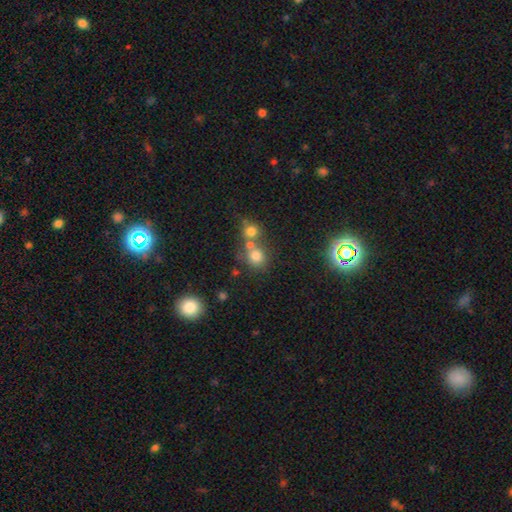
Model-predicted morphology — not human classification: smooth_or_featured: smooth (p=0.74) [alt: star or artifact p=0.15]
how_rounded: round (p=0.81) [alt: in between p=0.18]
merging: none (p=0.48) [alt: merger p=0.39]